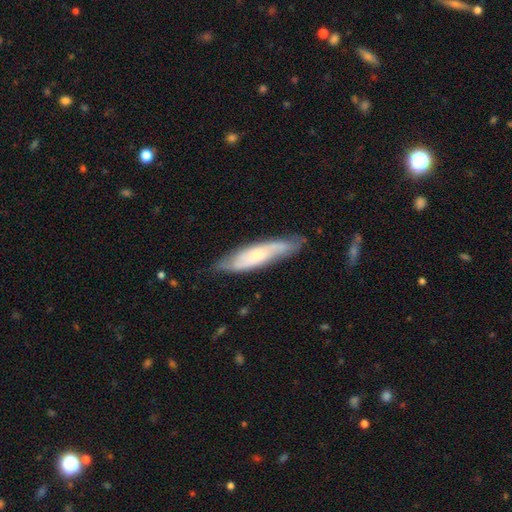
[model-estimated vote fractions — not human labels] Smooth or featured?
  - featured or disk: 49% *
  - smooth: 46%
  - star or artifact: 6%
Merging?
  - none: 72% *
  - minor disturbance: 21%
  - major disturbance: 5%
  - merger: 2%